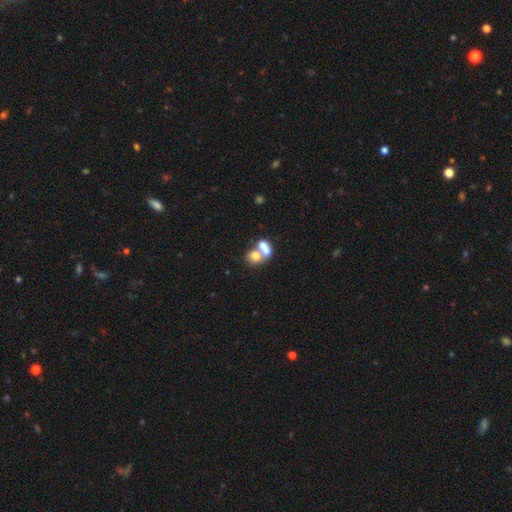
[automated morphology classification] Smooth or featured? smooth (69%)
How rounded? in between (61%)
Merging? merger (66%)